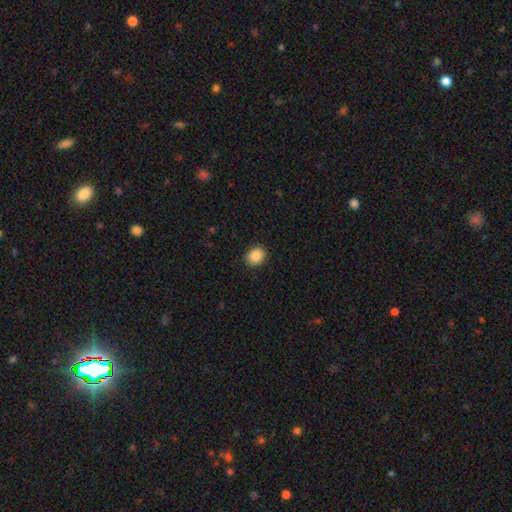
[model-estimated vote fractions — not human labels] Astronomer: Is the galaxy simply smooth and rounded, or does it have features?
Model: smooth — 89%.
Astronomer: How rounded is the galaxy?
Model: round — 60% (runner-up: in between, 39%).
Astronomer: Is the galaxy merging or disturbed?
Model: none — 90%.